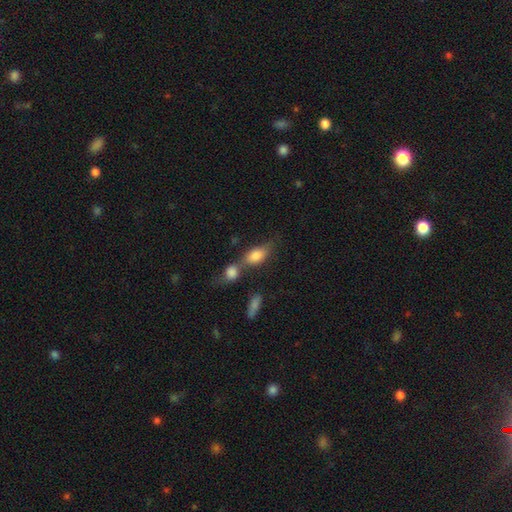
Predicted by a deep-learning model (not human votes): Morphology: type=smooth (77%); roundness=in between (81%); merging=merger (48%).